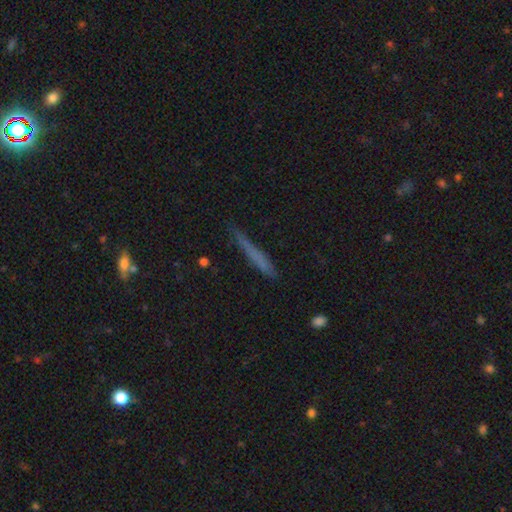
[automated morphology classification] A smooth galaxy with no disk features (60%) that is cigar-shaped (95%).

Vote fractions:
- Smooth or featured? smooth: 60% / featured or disk: 30% / star or artifact: 9%
- How rounded? cigar-shaped: 95% / in between: 3% / round: 2%
- Merging? none: 79% / minor disturbance: 16% / major disturbance: 4% / merger: 2%